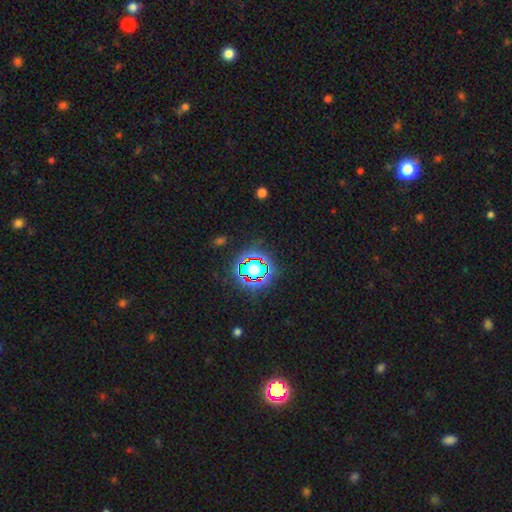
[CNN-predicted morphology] Smooth or featured?
  - star or artifact: 82% *
  - smooth: 11%
  - featured or disk: 7%